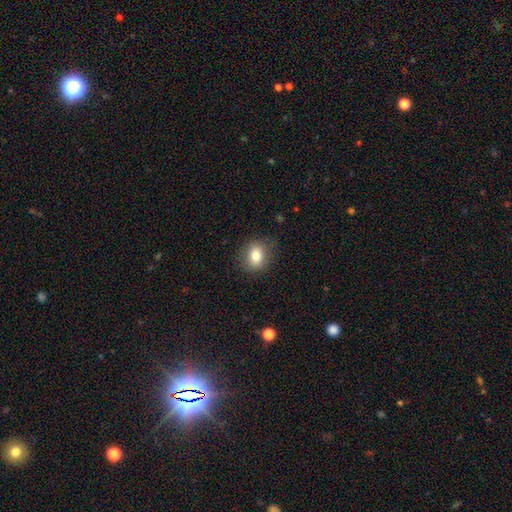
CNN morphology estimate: Smooth or featured? smooth (79%)
How rounded? round (52%)
Merging? none (82%)